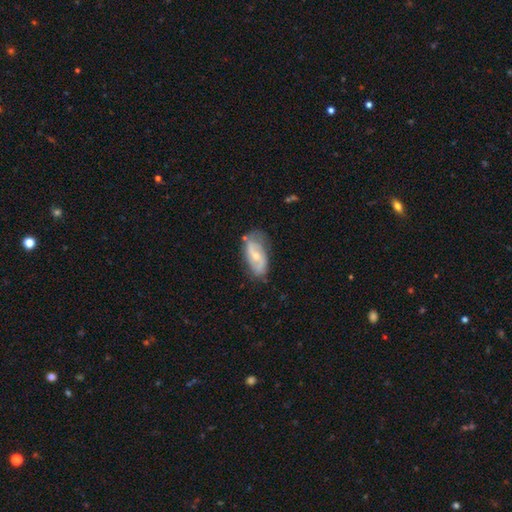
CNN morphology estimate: type=featured or disk (68%); edge-on=no (94%); bar=weak (46%); spiral arms=yes (87%); winding=loose (45%); arm count=2 (83%); bulge=small (53%); merging=none (68%).